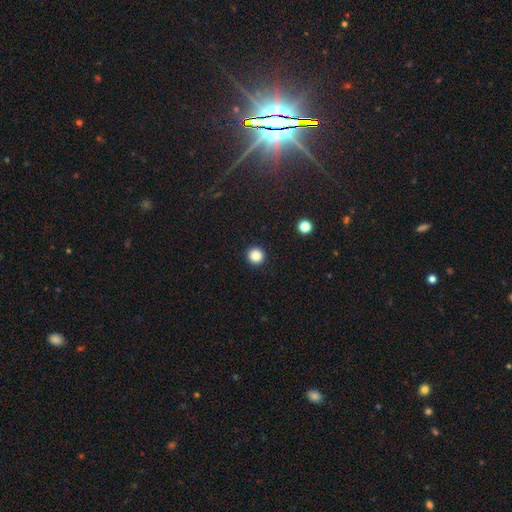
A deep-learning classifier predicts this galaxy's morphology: This is clearly a smooth galaxy (87%). How rounded: clearly round (95%). Merging: clearly none (93%).